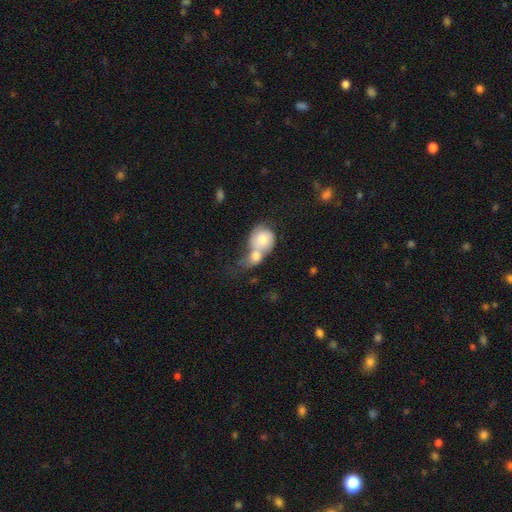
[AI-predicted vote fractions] smooth 71%, featured or disk 23%, star or artifact 7%. Down the decision tree: how rounded — round (69%); merging — merger (76%).